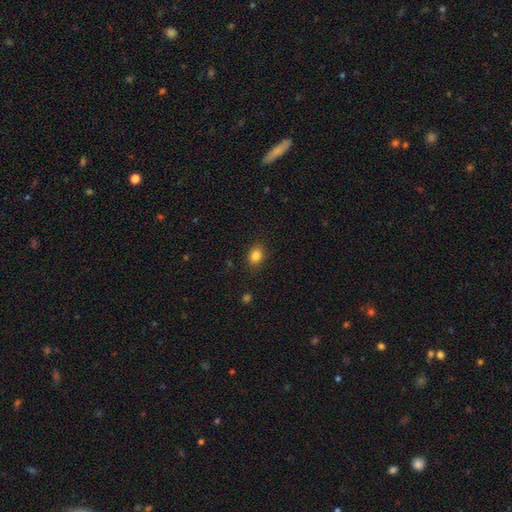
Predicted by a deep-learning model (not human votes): Smooth or featured? Predicted: smooth (p=0.84). How rounded? Predicted: in between (p=0.59). Merging? Predicted: none (p=0.85).